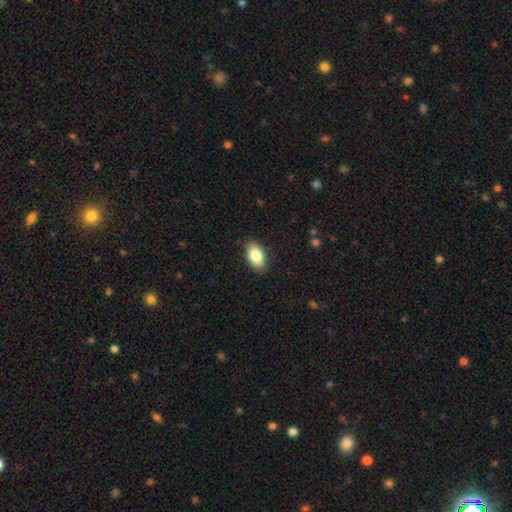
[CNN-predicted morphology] Smooth or featured: smooth — 85% (featured or disk — 9%)
How rounded: in between — 93% (round — 5%)
Merging: none — 87% (minor disturbance — 10%)